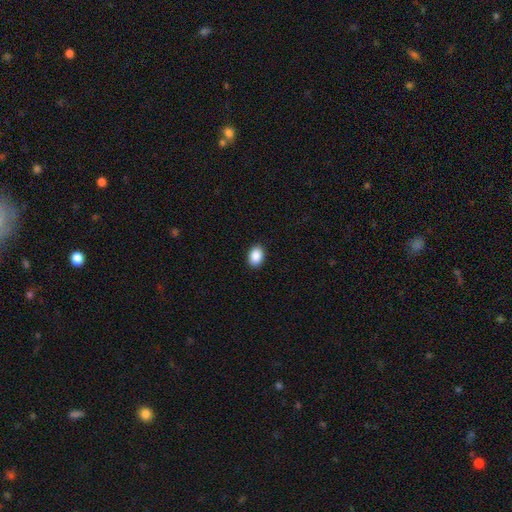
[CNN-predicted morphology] Smooth or featured? smooth (90%)
How rounded? in between (82%)
Merging? none (91%)